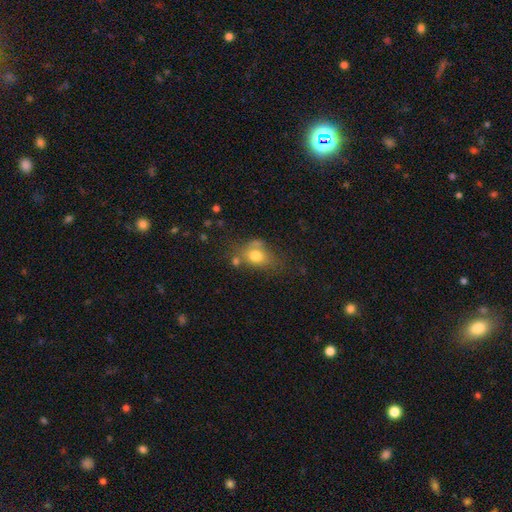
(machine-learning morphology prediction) Smooth or featured?
  - smooth: 74% *
  - featured or disk: 15%
  - star or artifact: 11%
How rounded?
  - in between: 58% *
  - round: 40%
  - cigar-shaped: 2%
Merging?
  - none: 41% *
  - minor disturbance: 26%
  - merger: 17%
  - major disturbance: 16%